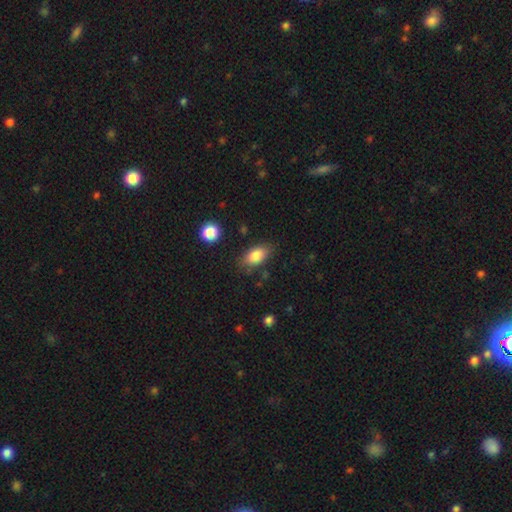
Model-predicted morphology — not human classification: Smooth or featured? smooth (84%)
How rounded? in between (89%)
Merging? none (78%)